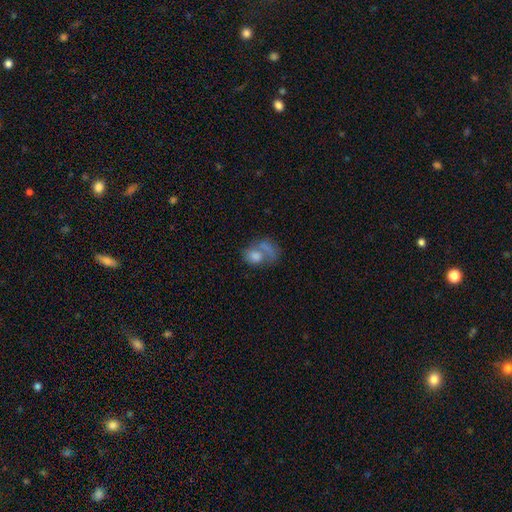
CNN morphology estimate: Q: Smooth or featured?
A: smooth (58%); runner-up: featured or disk (29%)
Q: How rounded?
A: in between (57%); runner-up: round (42%)
Q: Merging?
A: merger (38%); runner-up: none (28%)